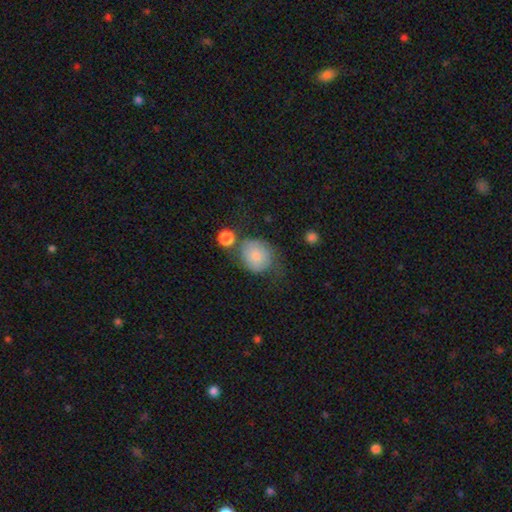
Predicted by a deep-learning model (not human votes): The model was most divided on "merging": none: 42%, minor disturbance: 25%, major disturbance: 17%, merger: 16%. More confident: smooth or featured — smooth (73%); how rounded — round (73%).